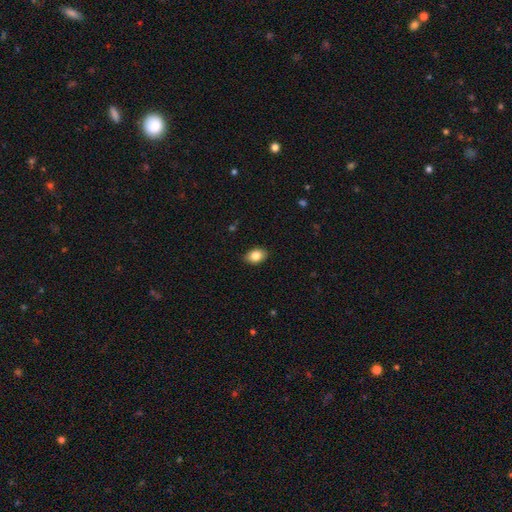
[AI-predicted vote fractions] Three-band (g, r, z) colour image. It shows a smooth galaxy with no disk features (84%) that is in between round and cigar-shaped (82%). Merging: none (88%).